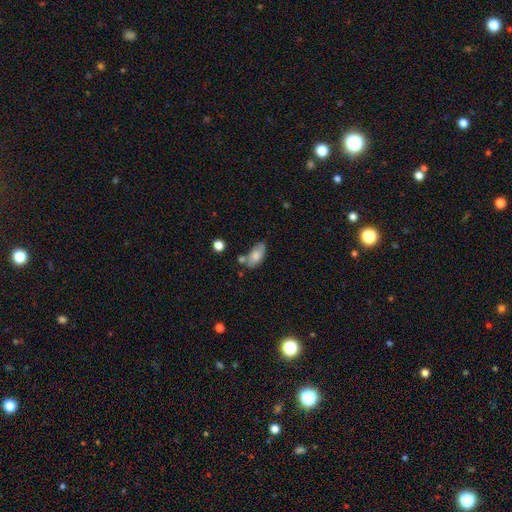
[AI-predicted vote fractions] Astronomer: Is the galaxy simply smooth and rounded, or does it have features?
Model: smooth — 75%.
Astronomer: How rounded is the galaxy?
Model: in between — 91%.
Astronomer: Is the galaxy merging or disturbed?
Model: none — 48% (runner-up: minor disturbance, 26%).